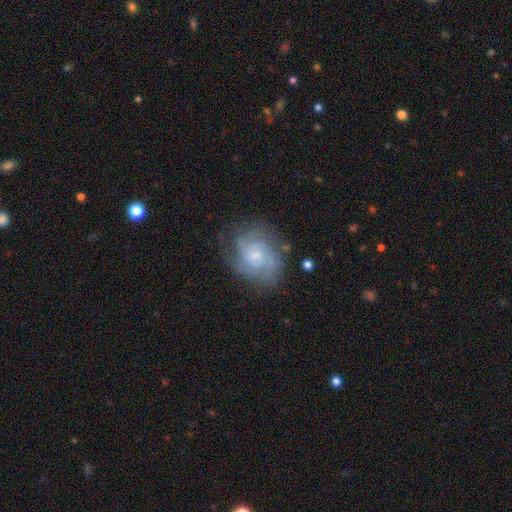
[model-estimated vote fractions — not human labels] Overall: featured or disk (75%). Edge-on disk: no (98%). Bar: no (66%; weak 31%). Spiral arms: yes (92%). Spiral arm count: can't tell (35%; 2 26%). Spiral winding: tight (53%; medium 37%). Bulge size: small (53%; moderate 34%). Merging: none (69%).